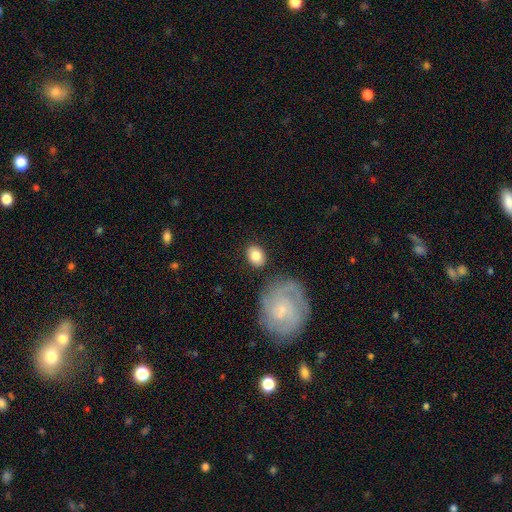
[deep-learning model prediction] The model was most divided on "how rounded": in between: 60%, round: 39%, cigar-shaped: 1%. More confident: smooth or featured — smooth (80%); merging — none (80%).